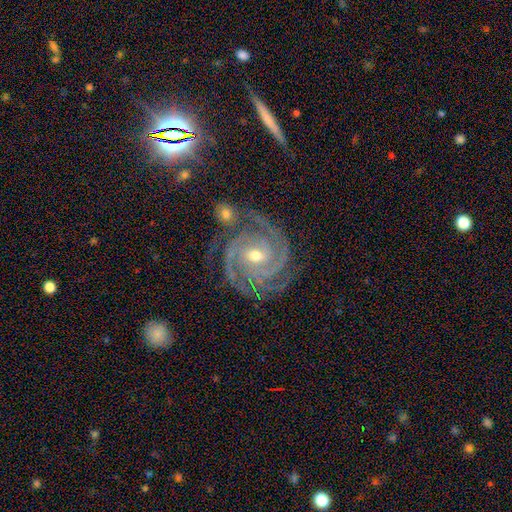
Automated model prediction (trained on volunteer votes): Smooth or featured?
  - featured or disk: 91% *
  - star or artifact: 6%
  - smooth: 3%
Edge-on disk?
  - no: 98% *
  - yes: 2%
Bar?
  - no: 47% *
  - weak: 32%
  - strong: 21%
Spiral arms?
  - yes: 99% *
  - no: 1%
Spiral winding?
  - tight: 81% *
  - medium: 17%
  - loose: 2%
Spiral arm count?
  - 3: 43% *
  - 2: 22%
  - 4: 15%
  - can't tell: 8%
  - more than 4: 6%
  - 1: 5%
Bulge size?
  - moderate: 54% *
  - small: 43%
  - large: 1%
  - none: 1%
  - dominant: 1%
Merging?
  - none: 77% *
  - minor disturbance: 15%
  - major disturbance: 5%
  - merger: 3%